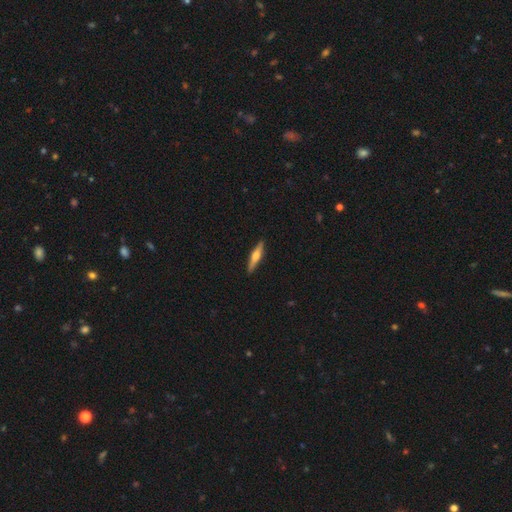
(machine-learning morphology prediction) This is possibly a featured or disk galaxy (58%). It is clearly viewed edge-on (97%). Edge-on bulge: clearly rounded (88%). Merging: clearly none (90%).